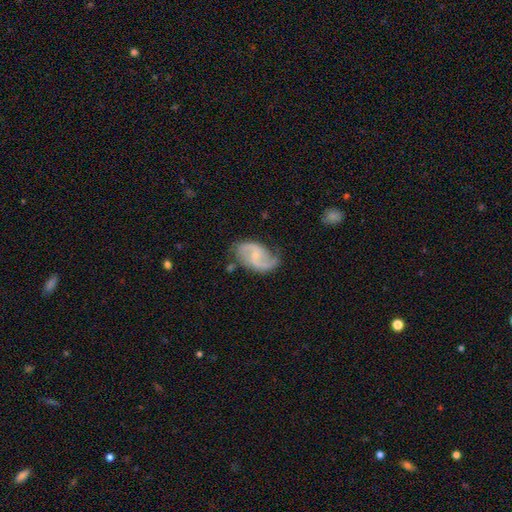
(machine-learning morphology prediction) The model was most divided on "bar": weak: 47%, no: 43%, strong: 10%. Remaining: edge-on disk — no (98%); spiral arms — yes (96%); spiral arm count — 2 (91%); smooth or featured — featured or disk (86%); merging — none (71%); bulge size — small (68%); spiral winding — medium (48%).